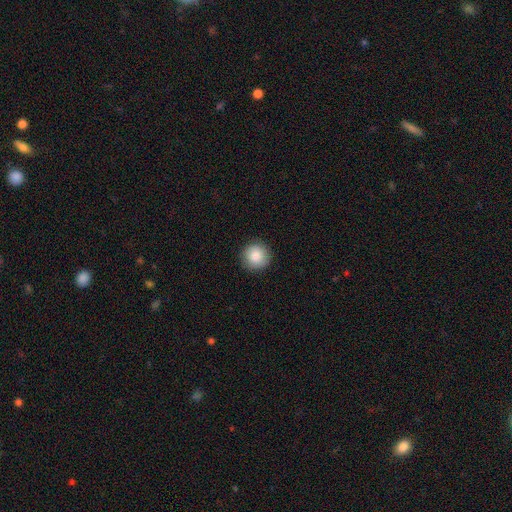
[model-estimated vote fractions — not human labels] Smooth or featured? smooth (86%)
How rounded? round (95%)
Merging? none (91%)